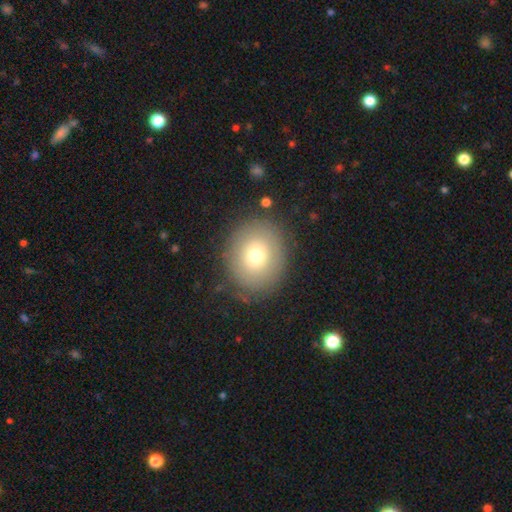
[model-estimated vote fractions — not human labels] Q: Smooth or featured?
A: smooth (70%); runner-up: featured or disk (20%)
Q: How rounded?
A: round (73%); runner-up: in between (26%)
Q: Merging?
A: none (82%); runner-up: minor disturbance (11%)